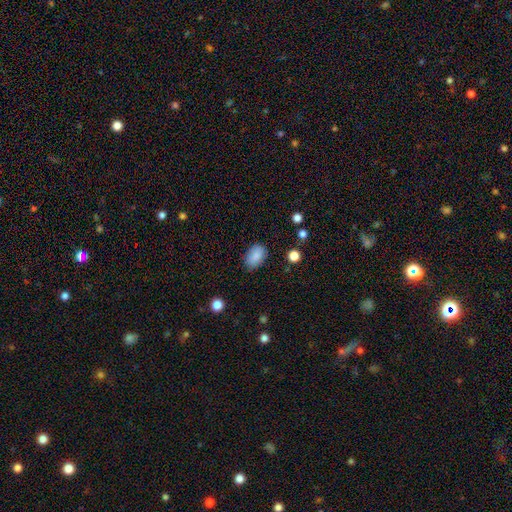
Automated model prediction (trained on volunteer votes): smooth_or_featured: smooth (p=0.86) [alt: star or artifact p=0.08]
how_rounded: in between (p=0.86) [alt: round p=0.12]
merging: none (p=0.80) [alt: minor disturbance p=0.15]